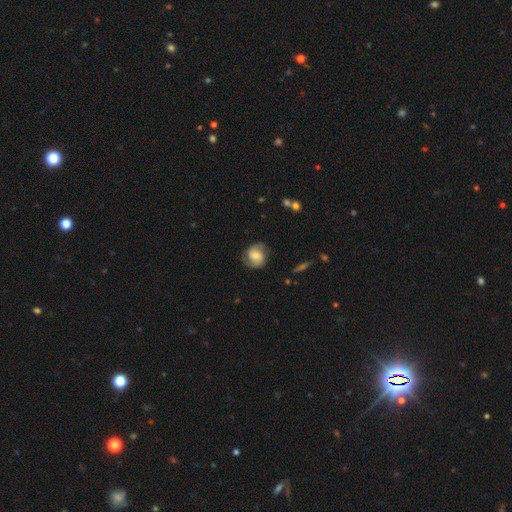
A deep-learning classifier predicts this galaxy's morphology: Overall: featured or disk (72%). Edge-on disk: no (98%). Bar: no (56%; weak 36%). Spiral arms: yes (94%). Spiral arm count: 2 (88%). Spiral winding: medium (46%; tight 36%). Bulge size: moderate (51%; small 39%). Merging: none (78%).